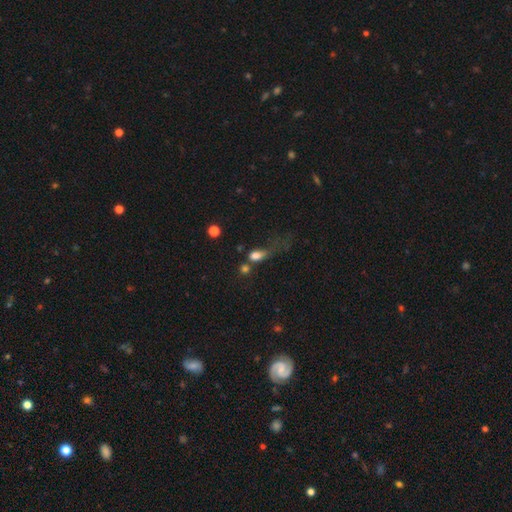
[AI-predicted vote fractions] A smooth galaxy with no disk features (76%) that is in between round and cigar-shaped (67%). Merging: major disturbance (40%).